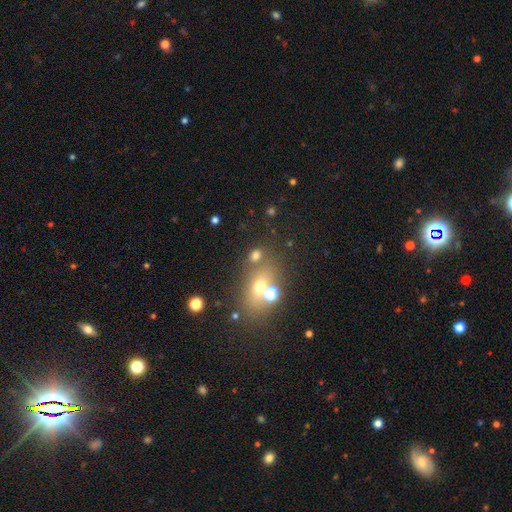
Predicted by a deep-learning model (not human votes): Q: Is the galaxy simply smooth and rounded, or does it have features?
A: smooth — 62%.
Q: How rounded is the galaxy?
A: in between — 52%.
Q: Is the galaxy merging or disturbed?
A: none — 56%.